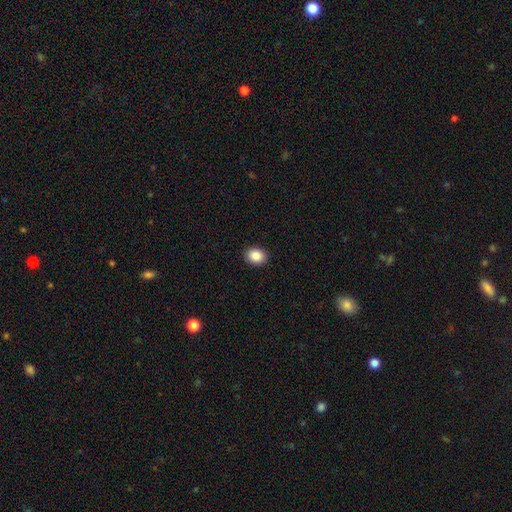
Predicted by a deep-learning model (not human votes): This appears to be a smooth galaxy with no disk features (88%) that is in between round and cigar-shaped (52%). Merging: none (91%).